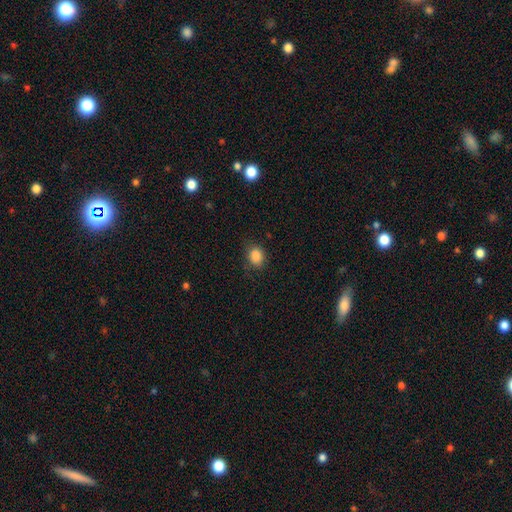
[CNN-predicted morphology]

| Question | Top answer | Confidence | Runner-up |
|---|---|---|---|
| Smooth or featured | smooth | 87% | star or artifact (10%) |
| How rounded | in between | 53% | round (46%) |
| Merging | none | 78% | minor disturbance (16%) |